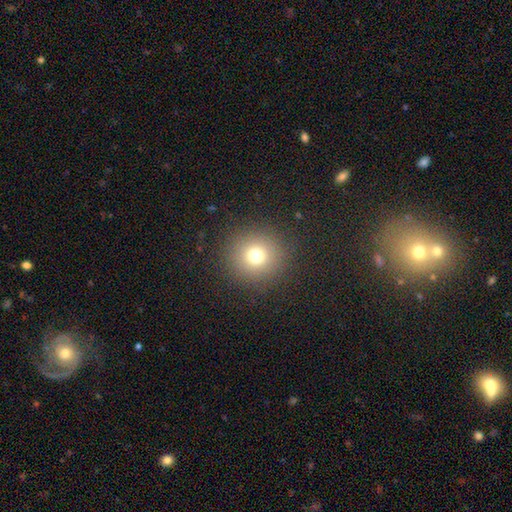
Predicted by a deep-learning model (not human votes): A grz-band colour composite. It shows a smooth galaxy with no disk features (73%) that is round (94%). Merging: none (90%).